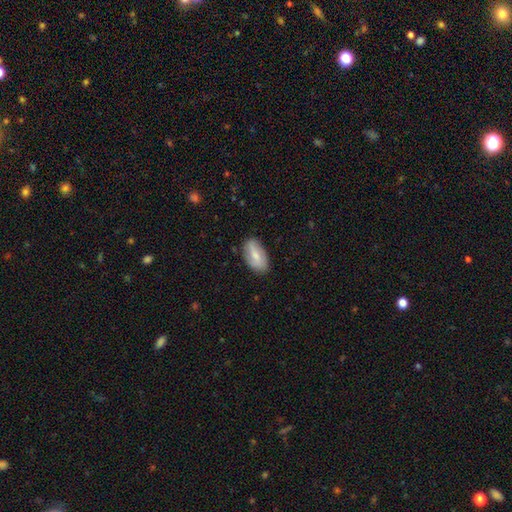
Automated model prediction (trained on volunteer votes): Smooth or featured: smooth — 61% (featured or disk — 32%)
How rounded: in between — 92% (cigar-shaped — 4%)
Merging: none — 80% (minor disturbance — 15%)